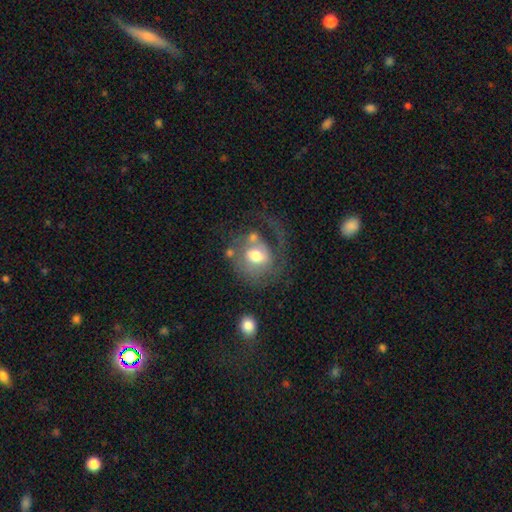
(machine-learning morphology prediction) Smooth or featured: featured or disk — 55% (smooth — 37%)
Edge-on disk: no — 97% (yes — 3%)
Bar: no — 54% (weak — 37%)
Spiral arms: yes — 72% (no — 28%)
Bulge size: moderate — 66% (large — 21%)
Merging: major disturbance — 39% (none — 35%)